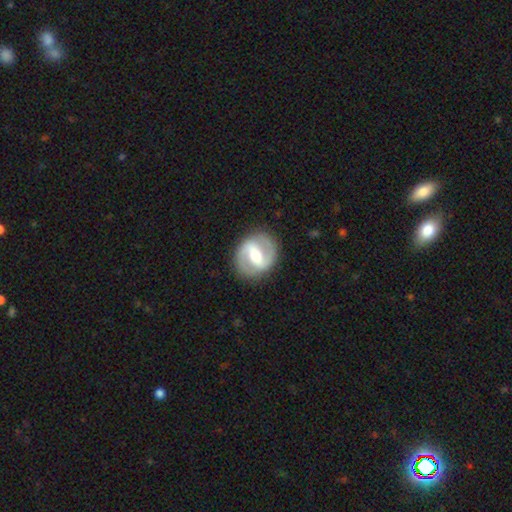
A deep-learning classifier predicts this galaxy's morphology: type=featured or disk (81%); edge-on=no (97%); bar=strong (56%); spiral arms=yes (87%); winding=medium (52%); arm count=2 (91%); bulge=moderate (63%); merging=none (87%).